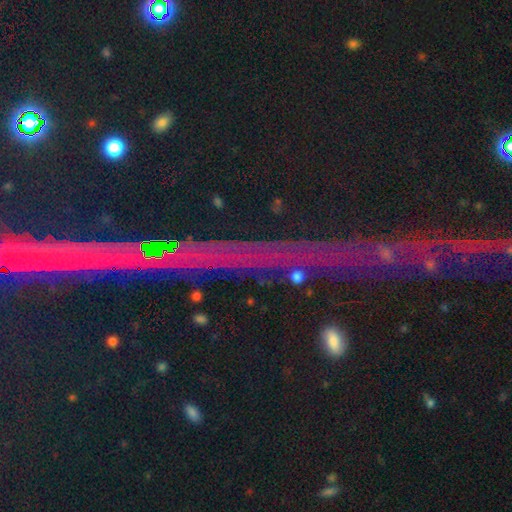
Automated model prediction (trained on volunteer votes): smooth_or_featured: star or artifact (p=0.78) [alt: smooth p=0.11]